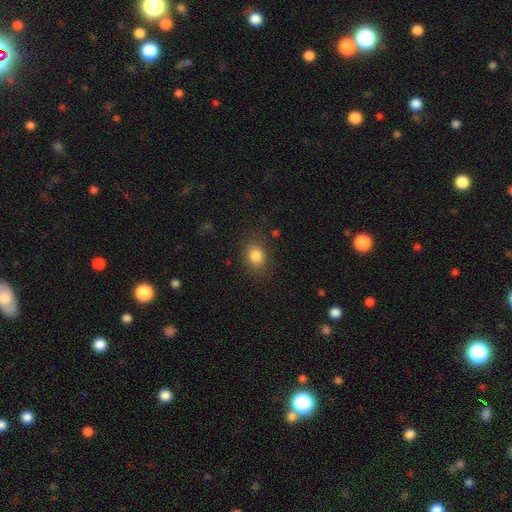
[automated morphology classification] Smooth or featured? Predicted: smooth (p=0.83). How rounded? Predicted: in between (p=0.52). Merging? Predicted: none (p=0.82).